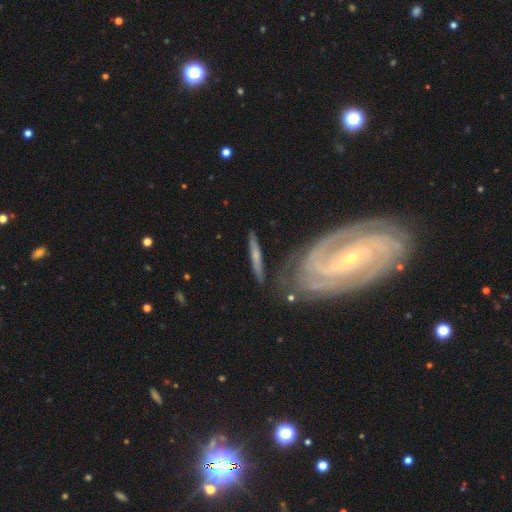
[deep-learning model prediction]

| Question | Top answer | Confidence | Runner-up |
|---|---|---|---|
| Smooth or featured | featured or disk | 55% | smooth (38%) |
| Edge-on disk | yes | 73% | no (27%) |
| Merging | none | 77% | minor disturbance (14%) |